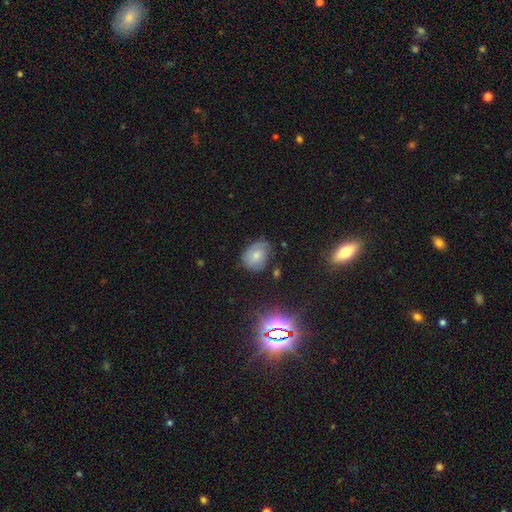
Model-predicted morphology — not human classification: Smooth or featured: smooth — 58% (featured or disk — 28%)
How rounded: in between — 54% (round — 44%)
Merging: none — 60% (minor disturbance — 29%)